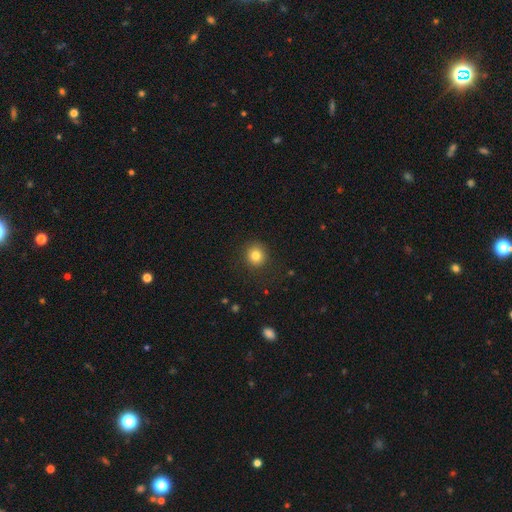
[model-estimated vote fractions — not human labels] smooth_or_featured: smooth (p=0.81) [alt: star or artifact p=0.12]
how_rounded: round (p=0.90) [alt: in between p=0.09]
merging: none (p=0.88) [alt: minor disturbance p=0.08]